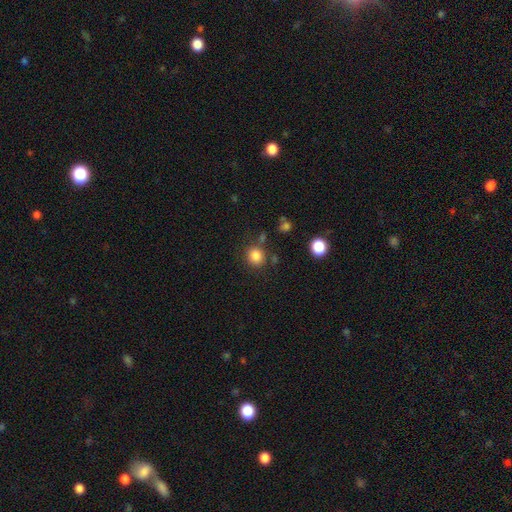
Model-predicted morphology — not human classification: Smooth or featured: smooth — 83% (star or artifact — 12%)
How rounded: round — 84% (in between — 15%)
Merging: none — 80% (minor disturbance — 10%)